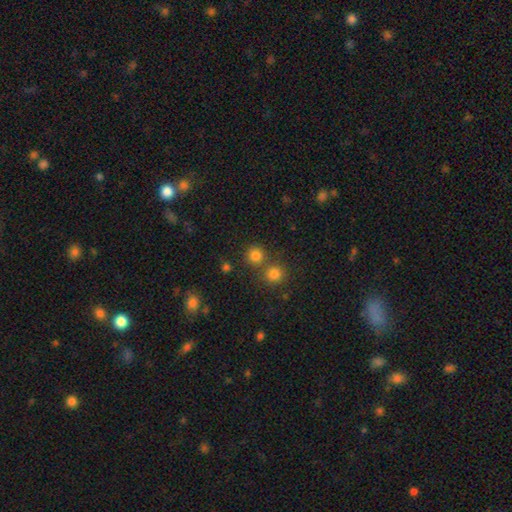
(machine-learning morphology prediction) A smooth galaxy with no disk features (79%) that is round (91%).

Vote fractions:
- Smooth or featured? smooth: 79% / star or artifact: 16% / featured or disk: 5%
- How rounded? round: 91% / in between: 8% / cigar-shaped: 1%
- Merging? none: 69% / merger: 21% / minor disturbance: 7% / major disturbance: 3%